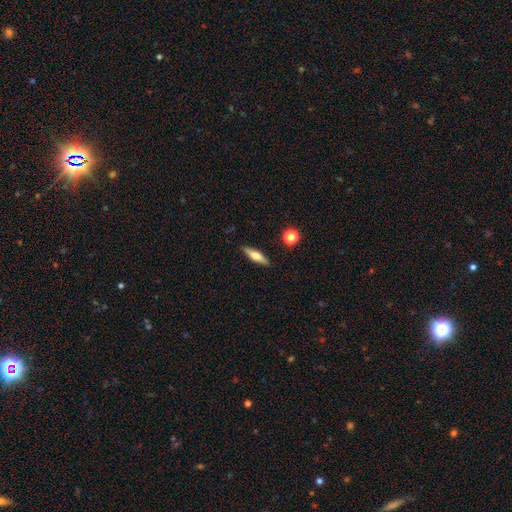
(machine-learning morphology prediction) A smooth galaxy with no disk features (56%) that is cigar-shaped (68%).

Vote fractions:
- Smooth or featured? smooth: 56% / featured or disk: 37% / star or artifact: 7%
- How rounded? cigar-shaped: 68% / in between: 29% / round: 3%
- Merging? none: 88% / minor disturbance: 8% / major disturbance: 2% / merger: 2%